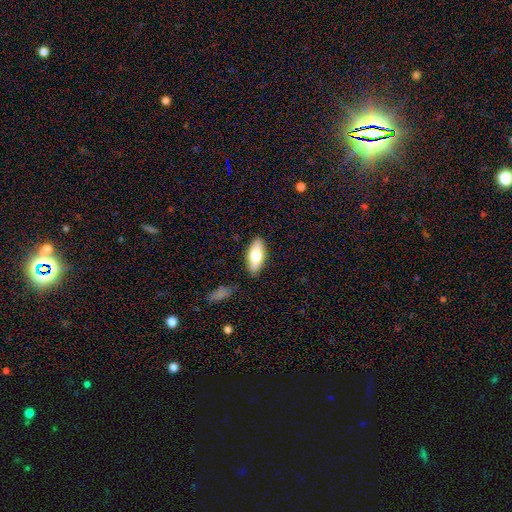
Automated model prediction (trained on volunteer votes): Smooth or featured? smooth (70%)
How rounded? in between (79%)
Merging? none (86%)